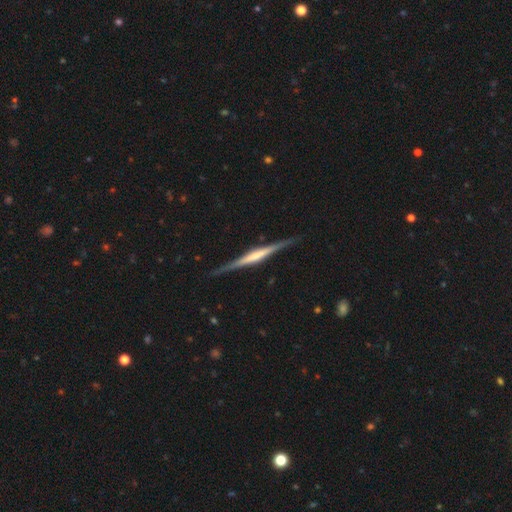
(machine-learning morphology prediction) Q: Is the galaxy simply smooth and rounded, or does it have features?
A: featured or disk — 76%.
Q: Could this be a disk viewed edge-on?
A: yes — 98%.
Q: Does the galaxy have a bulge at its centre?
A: rounded — 38%.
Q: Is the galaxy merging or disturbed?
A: none — 88%.